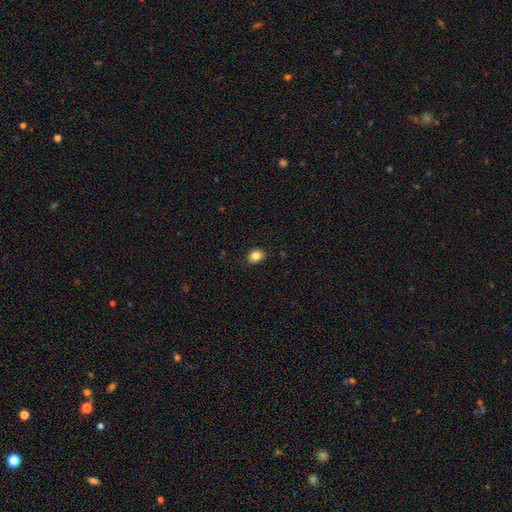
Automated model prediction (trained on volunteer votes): A smooth galaxy with no disk features (85%) that is in between round and cigar-shaped (57%).

Vote fractions:
- Smooth or featured? smooth: 85% / star or artifact: 10% / featured or disk: 6%
- How rounded? in between: 57% / round: 42% / cigar-shaped: 1%
- Merging? none: 88% / minor disturbance: 9% / major disturbance: 2% / merger: 1%